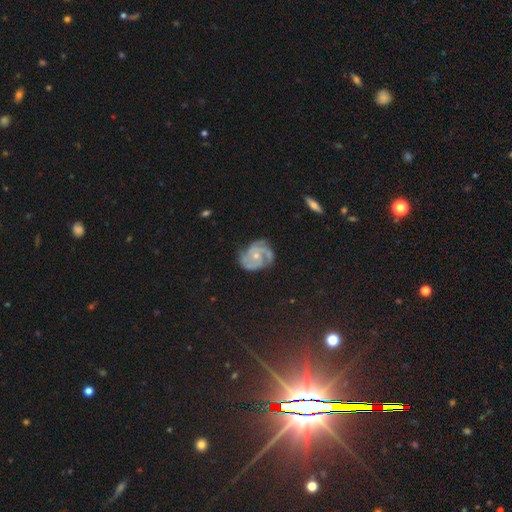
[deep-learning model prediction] Smooth or featured?
  - featured or disk: 84% *
  - star or artifact: 9%
  - smooth: 8%
Edge-on disk?
  - no: 98% *
  - yes: 2%
Bar?
  - no: 71% *
  - weak: 23%
  - strong: 5%
Spiral arms?
  - yes: 97% *
  - no: 3%
Spiral winding?
  - tight: 46% *
  - medium: 44%
  - loose: 10%
Spiral arm count?
  - 3: 40% *
  - 2: 32%
  - can't tell: 11%
  - 4: 7%
  - 1: 5%
  - more than 4: 5%
Bulge size?
  - small: 61% *
  - moderate: 35%
  - none: 2%
  - large: 1%
  - dominant: 1%
Merging?
  - none: 64% *
  - minor disturbance: 24%
  - major disturbance: 9%
  - merger: 2%